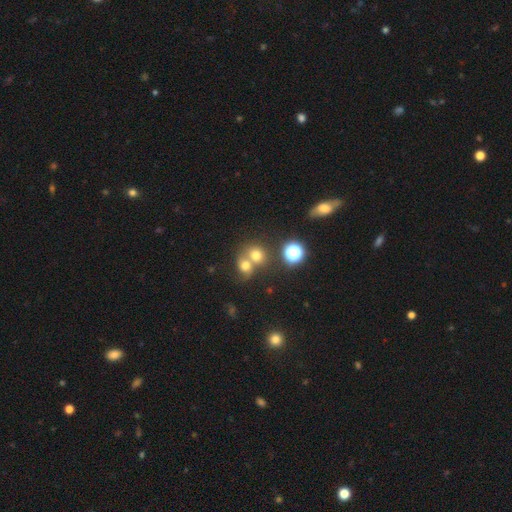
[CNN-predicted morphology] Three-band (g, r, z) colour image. It shows a smooth galaxy with no disk features (67%) that is round (75%). Merging: merger (55%).